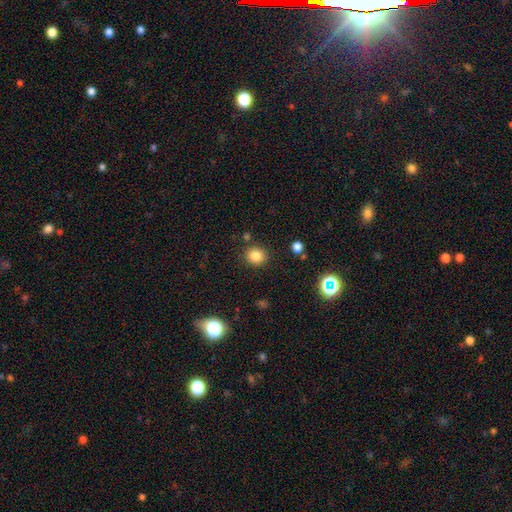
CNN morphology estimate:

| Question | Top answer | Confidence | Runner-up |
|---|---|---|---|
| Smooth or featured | smooth | 83% | star or artifact (12%) |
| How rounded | round | 83% | in between (16%) |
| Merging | none | 85% | minor disturbance (9%) |